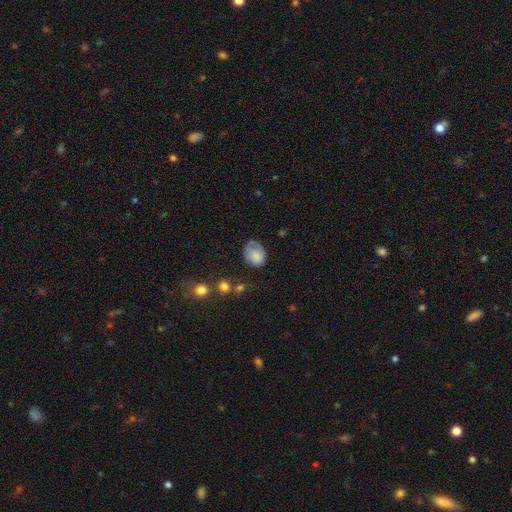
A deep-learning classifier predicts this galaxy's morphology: This is likely a smooth galaxy (73%). How rounded: possibly in between (52%). Merging: marginally none (43%).